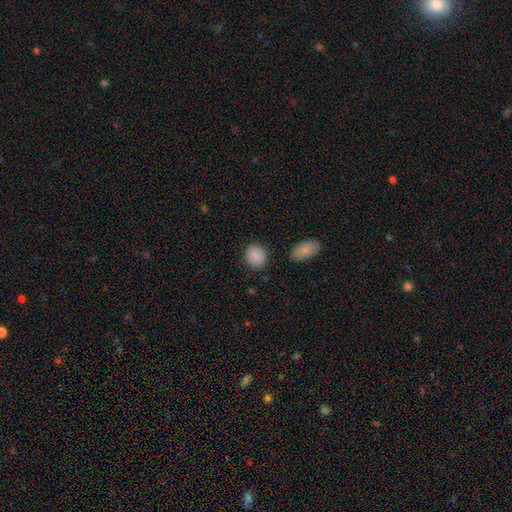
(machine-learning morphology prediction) type=smooth (87%); roundness=round (65%); merging=none (85%).